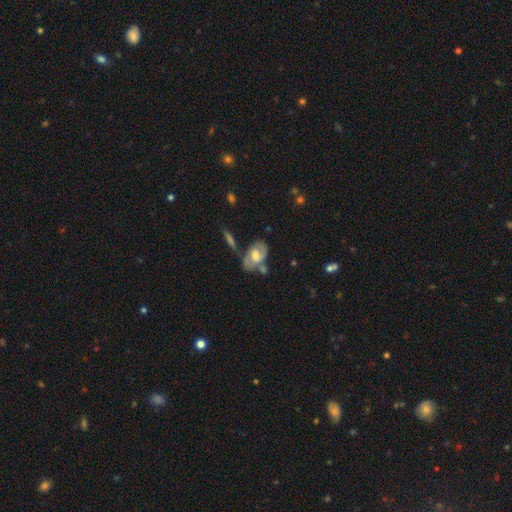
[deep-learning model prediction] The model was most divided on "bar": no: 55%, weak: 35%, strong: 10%. Remaining: edge-on disk — no (93%); spiral arms — yes (68%); bulge size — moderate (63%); smooth or featured — featured or disk (60%); merging — none (49%).